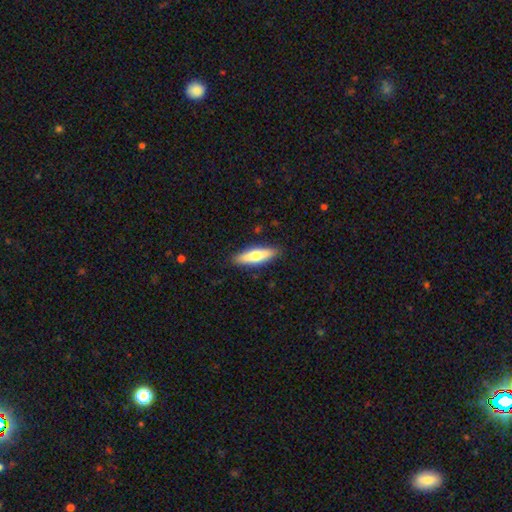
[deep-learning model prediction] Smooth or featured: smooth — 62% (featured or disk — 33%)
How rounded: cigar-shaped — 61% (in between — 37%)
Merging: none — 89% (minor disturbance — 8%)